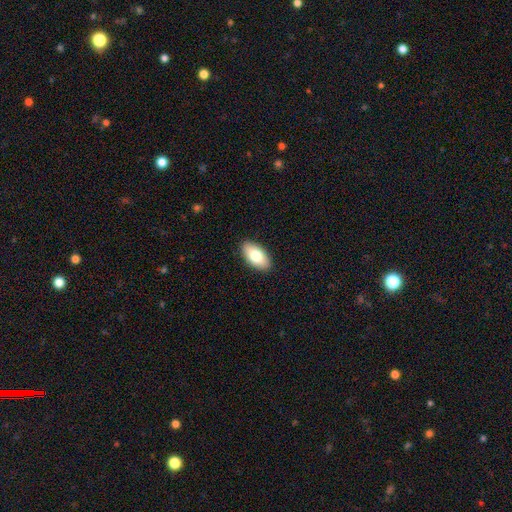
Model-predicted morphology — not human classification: Smooth or featured? smooth (79%)
How rounded? in between (93%)
Merging? none (90%)